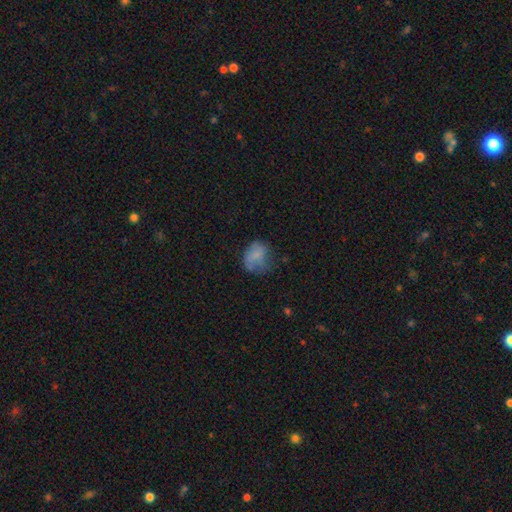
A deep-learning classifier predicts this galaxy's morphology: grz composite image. It shows a smooth galaxy with no disk features (68%) that is round (52%). Merging: none (42%).